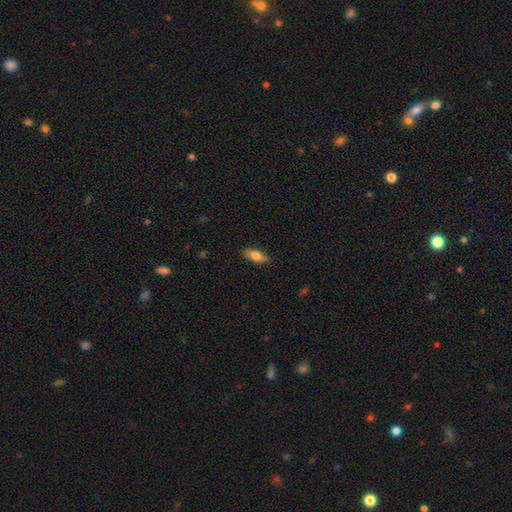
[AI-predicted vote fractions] A smooth galaxy with no disk features (82%) that is in between round and cigar-shaped (74%). Merging: none (86%).